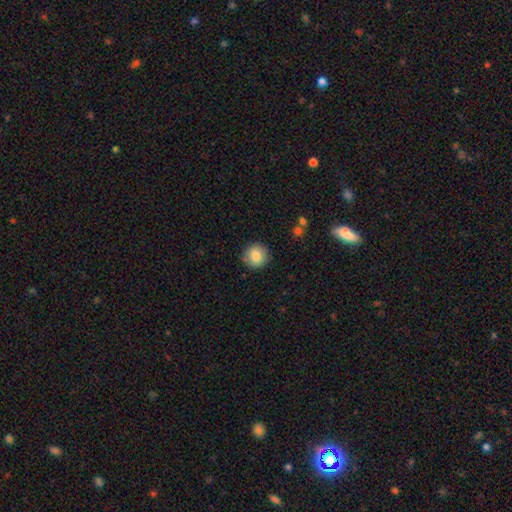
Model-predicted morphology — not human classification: Smooth or featured: smooth — 85% (star or artifact — 8%)
How rounded: round — 92% (in between — 7%)
Merging: none — 89% (minor disturbance — 7%)